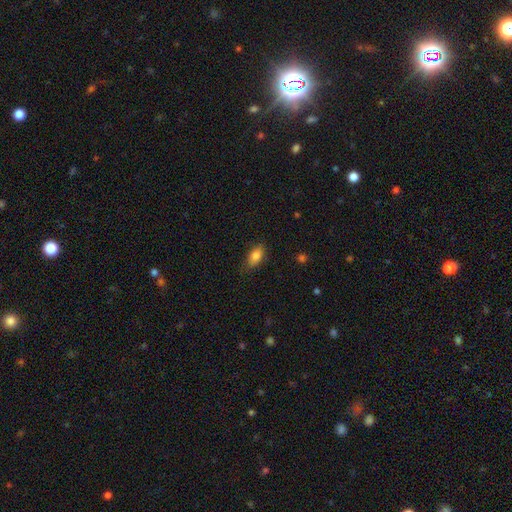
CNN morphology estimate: Smooth or featured?
  - smooth: 82% *
  - featured or disk: 11%
  - star or artifact: 8%
How rounded?
  - in between: 88% *
  - cigar-shaped: 7%
  - round: 6%
Merging?
  - none: 76% *
  - minor disturbance: 19%
  - major disturbance: 3%
  - merger: 1%